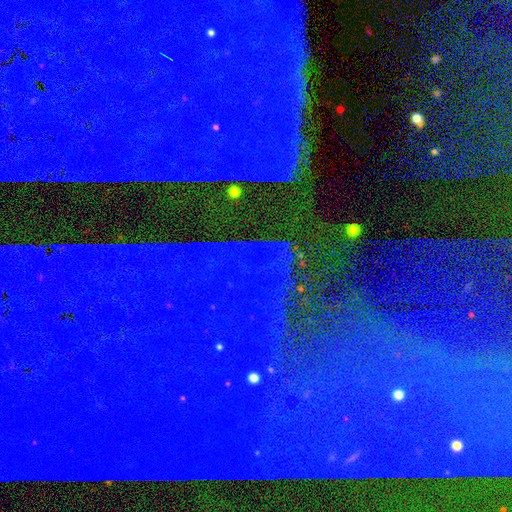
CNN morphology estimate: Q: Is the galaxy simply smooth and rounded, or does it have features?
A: star or artifact — 83%.